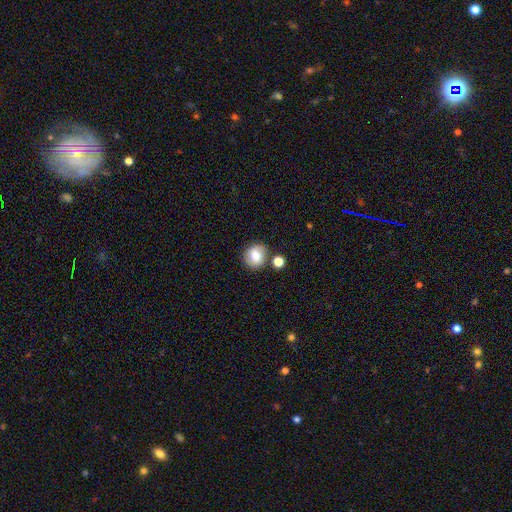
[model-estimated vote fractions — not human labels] Overall: smooth (75%). How rounded: round (80%). Merging: none (74%).